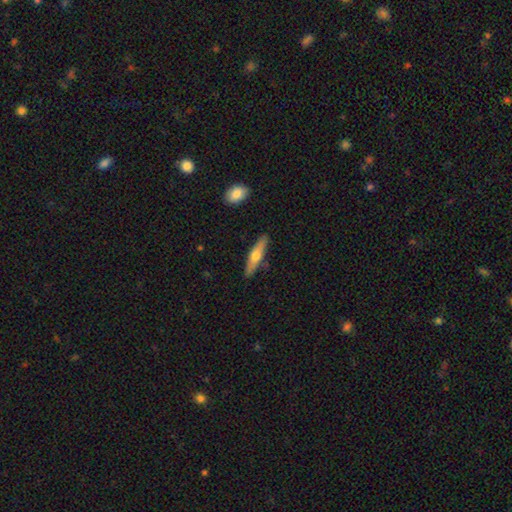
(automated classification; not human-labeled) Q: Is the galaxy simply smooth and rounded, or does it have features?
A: smooth — 51%.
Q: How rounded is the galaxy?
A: cigar-shaped — 79%.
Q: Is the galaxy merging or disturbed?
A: none — 87%.